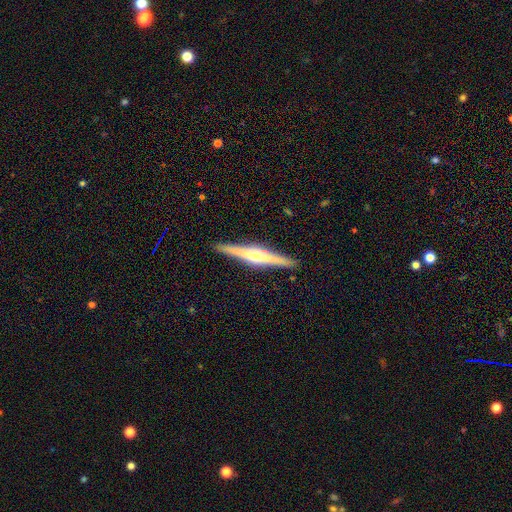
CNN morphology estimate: featured or disk 76%, smooth 19%, star or artifact 5%. Down the decision tree: edge-on disk — yes (98%); edge-on bulge — rounded (83%); merging — none (92%).